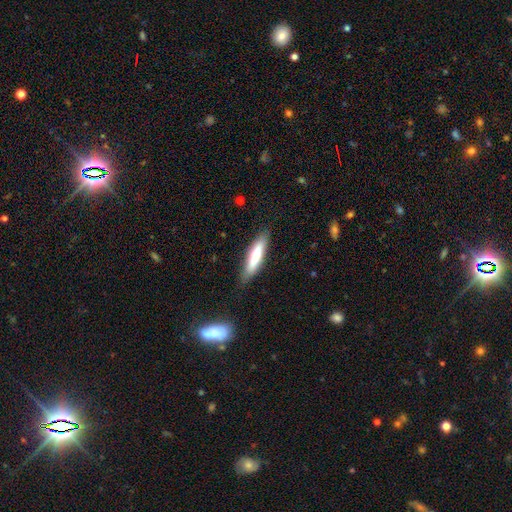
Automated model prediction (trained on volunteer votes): A smooth galaxy with no disk features (67%) that is cigar-shaped (76%).

Vote fractions:
- Smooth or featured? smooth: 67% / featured or disk: 27% / star or artifact: 6%
- How rounded? cigar-shaped: 76% / in between: 23% / round: 1%
- Merging? none: 83% / minor disturbance: 13% / major disturbance: 3% / merger: 1%